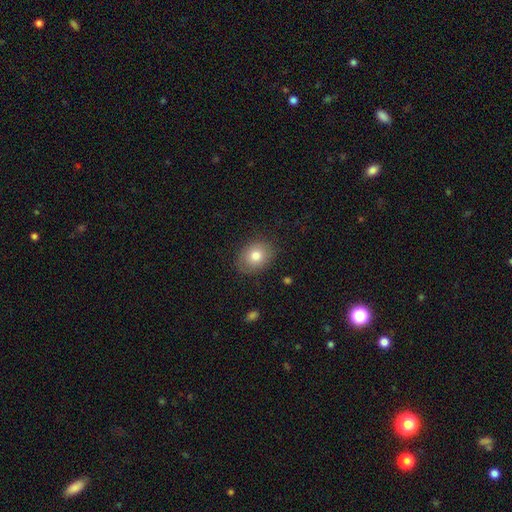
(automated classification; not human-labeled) The model was most divided on "how rounded": in between: 59%, round: 40%, cigar-shaped: 1%. More confident: merging — none (82%); smooth or featured — smooth (79%).